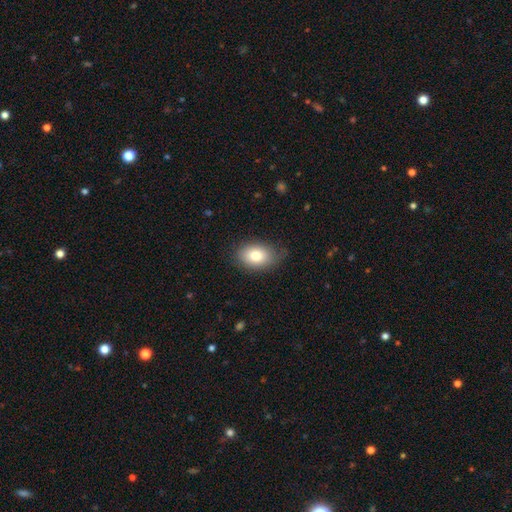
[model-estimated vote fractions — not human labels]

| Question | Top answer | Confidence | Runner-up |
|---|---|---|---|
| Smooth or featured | smooth | 80% | featured or disk (12%) |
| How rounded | in between | 82% | round (17%) |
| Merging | none | 72% | minor disturbance (22%) |